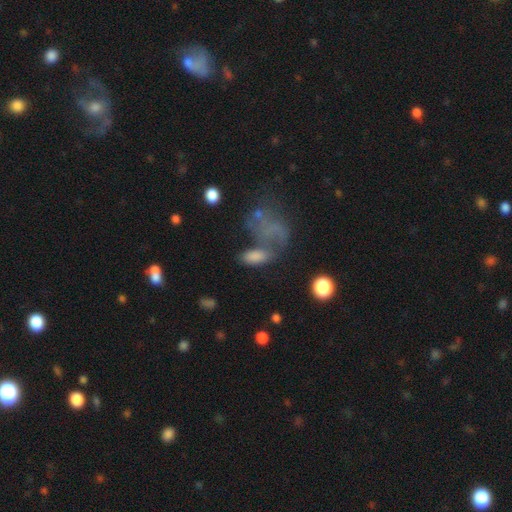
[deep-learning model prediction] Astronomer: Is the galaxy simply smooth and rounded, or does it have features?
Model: smooth — 68%.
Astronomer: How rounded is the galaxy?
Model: in between — 82%.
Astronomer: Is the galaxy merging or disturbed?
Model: none — 41% (runner-up: merger, 23%).